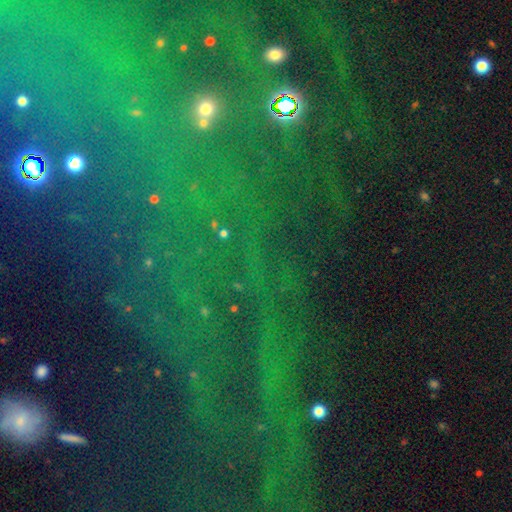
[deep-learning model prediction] smooth_or_featured: star or artifact (p=0.79) [alt: smooth p=0.11]